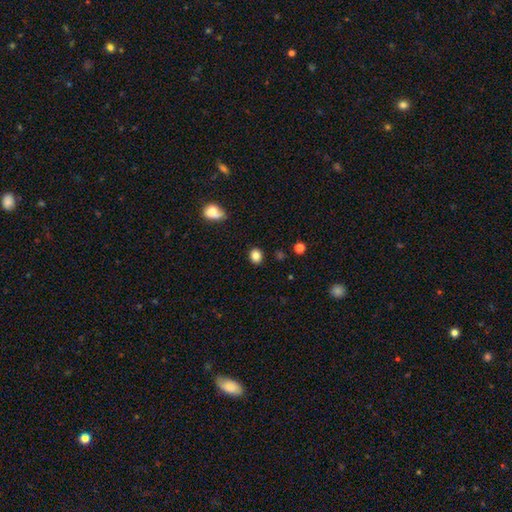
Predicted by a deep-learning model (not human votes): smooth_or_featured: smooth (p=0.85) [alt: star or artifact p=0.10]
how_rounded: round (p=0.66) [alt: in between p=0.33]
merging: none (p=0.89) [alt: minor disturbance p=0.08]